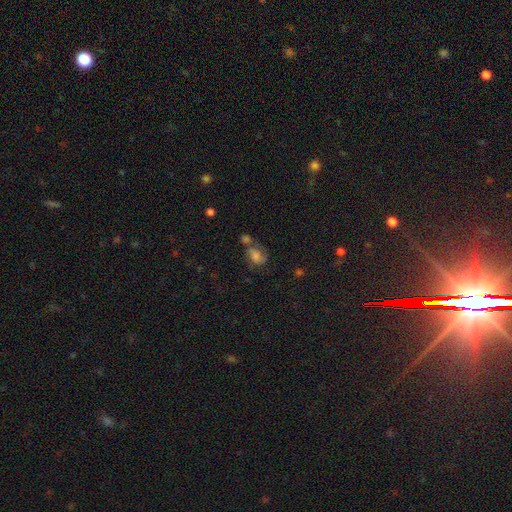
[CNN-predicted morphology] Q: Smooth or featured?
A: smooth (48%); runner-up: featured or disk (37%)
Q: Merging?
A: none (44%); runner-up: merger (24%)